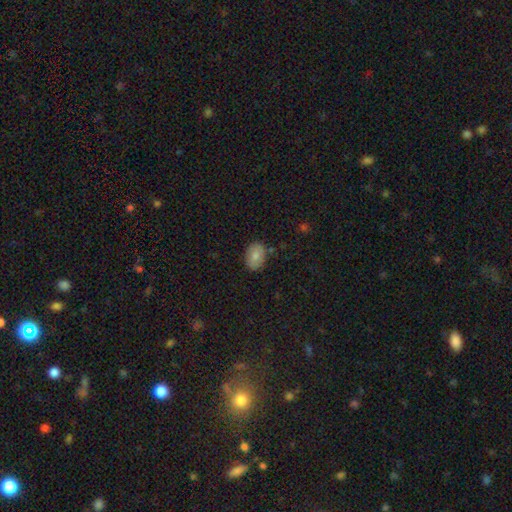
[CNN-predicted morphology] smooth 81%, featured or disk 11%, star or artifact 8%. Down the decision tree: how rounded — in between (80%); merging — none (84%).